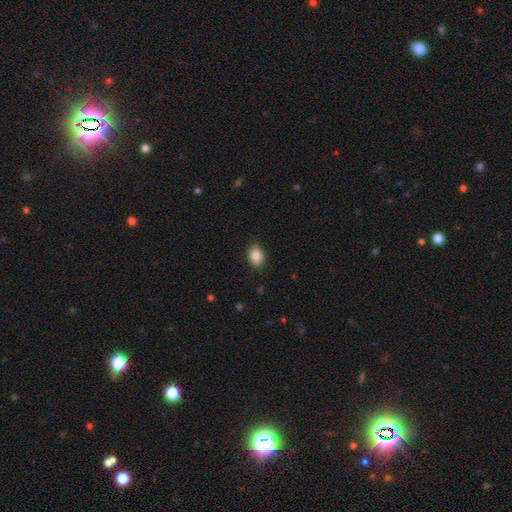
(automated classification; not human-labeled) Overall: smooth (86%). How rounded: in between (77%). Merging: none (87%).